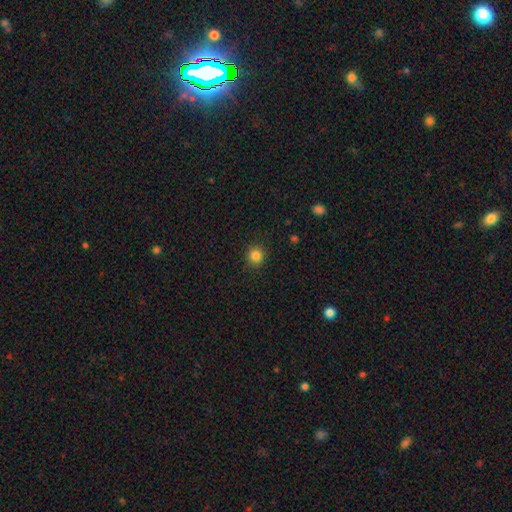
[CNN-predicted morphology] Smooth or featured? Predicted: smooth (p=0.83). How rounded? Predicted: round (p=0.92). Merging? Predicted: none (p=0.90).